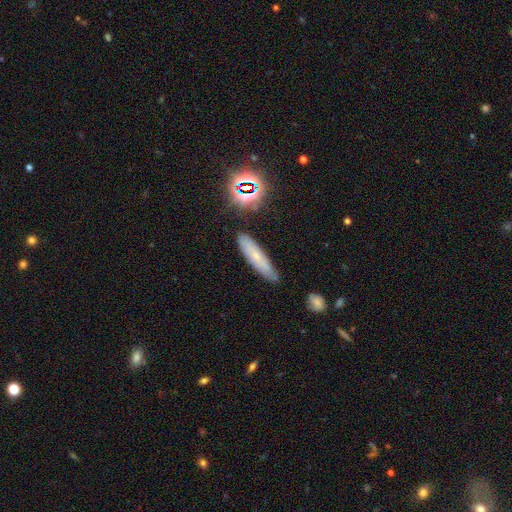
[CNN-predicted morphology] Smooth or featured? Predicted: smooth (p=0.56). How rounded? Predicted: cigar-shaped (p=0.78). Merging? Predicted: none (p=0.78).